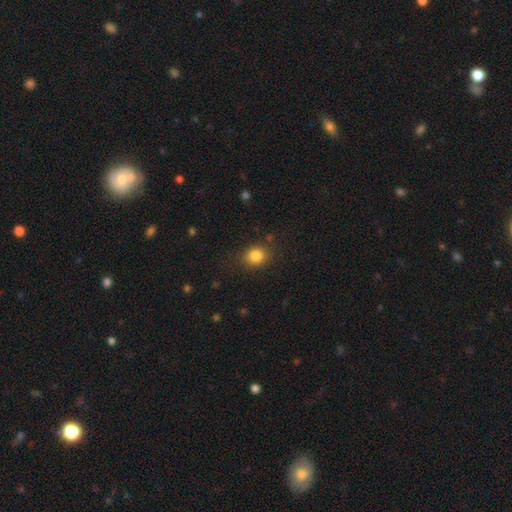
Q: Smooth or featured?
A: smooth (92%); runner-up: star or artifact (5%)
Q: How rounded?
A: round (75%); runner-up: in between (25%)
Q: Merging?
A: none (89%); runner-up: minor disturbance (5%)